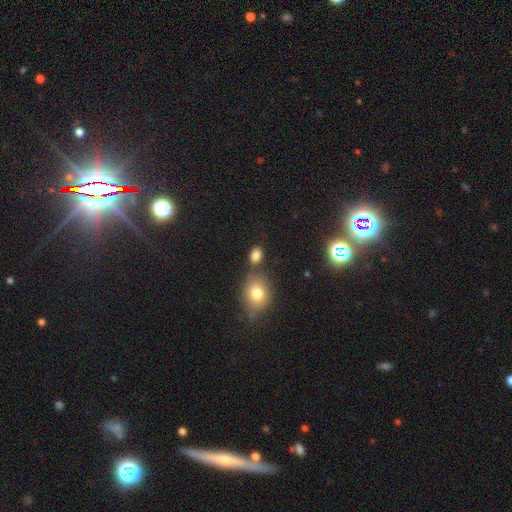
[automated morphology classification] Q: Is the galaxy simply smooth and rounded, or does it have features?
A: smooth — 81%.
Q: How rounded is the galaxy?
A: in between — 70%.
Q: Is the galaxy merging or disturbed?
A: none — 68%.